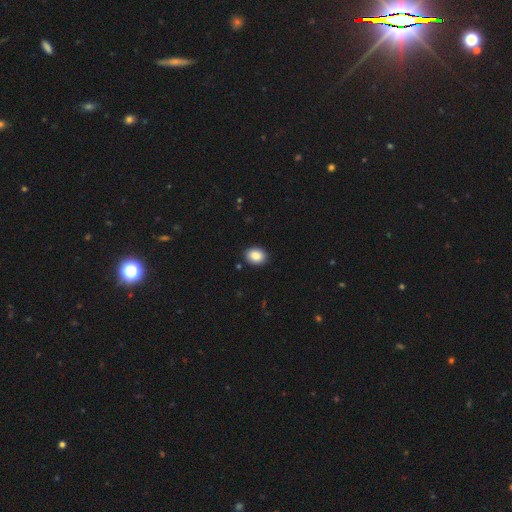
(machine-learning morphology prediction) Smooth or featured: smooth — 88% (star or artifact — 8%)
How rounded: in between — 59% (round — 40%)
Merging: none — 90% (minor disturbance — 7%)